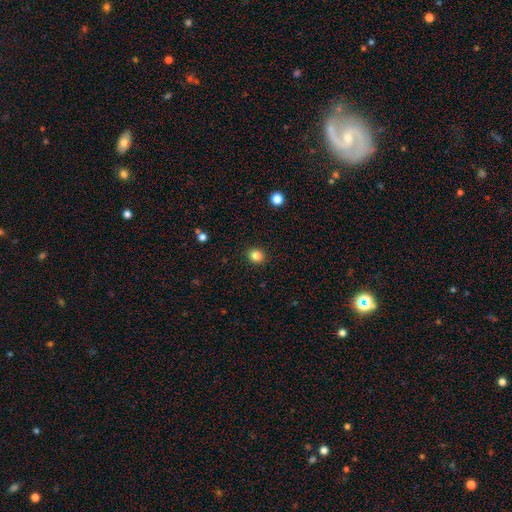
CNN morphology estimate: Q: Smooth or featured?
A: smooth (84%); runner-up: star or artifact (11%)
Q: How rounded?
A: round (82%); runner-up: in between (17%)
Q: Merging?
A: none (91%); runner-up: minor disturbance (6%)